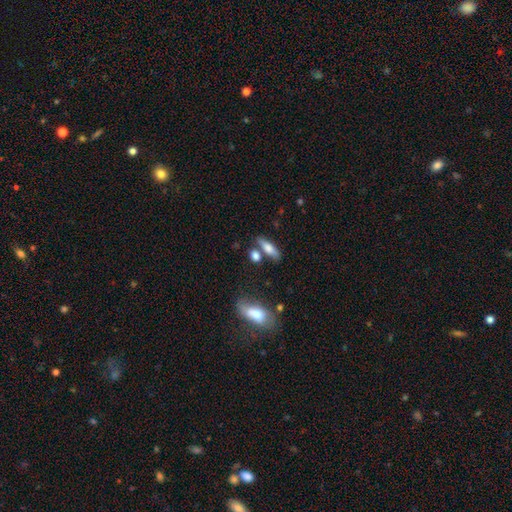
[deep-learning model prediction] Smooth or featured? smooth (75%)
How rounded? in between (53%)
Merging? none (62%)